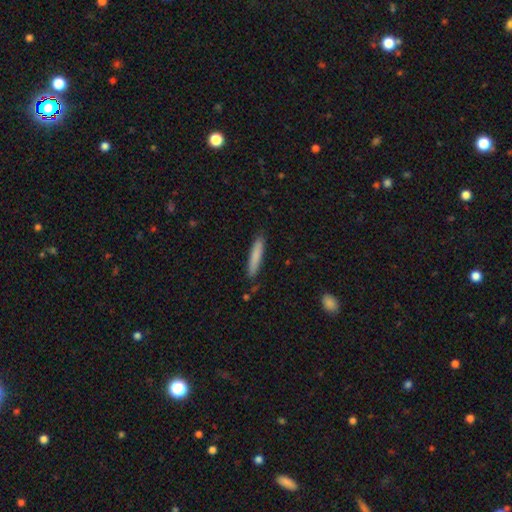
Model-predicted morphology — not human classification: A smooth galaxy with no disk features (80%) that is cigar-shaped (92%). Merging: none (86%).